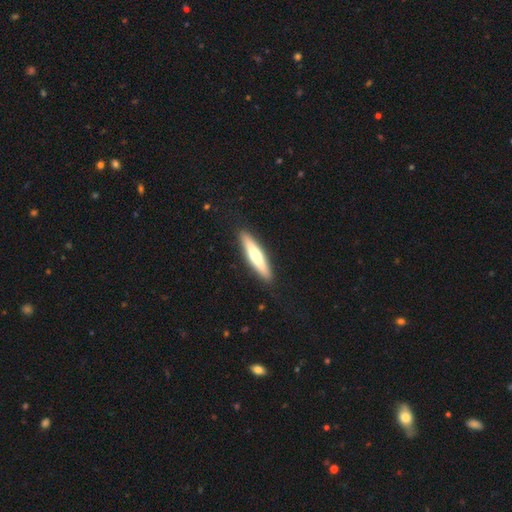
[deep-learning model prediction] This appears to be a smooth galaxy with no disk features (56%) that is cigar-shaped (85%). Merging: none (90%).